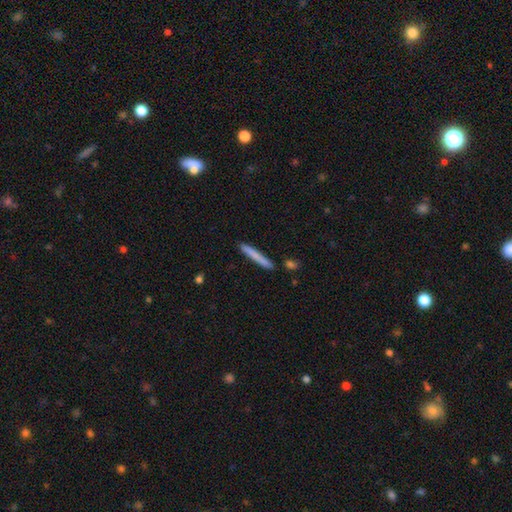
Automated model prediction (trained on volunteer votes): Morphology: type=smooth (73%); roundness=cigar-shaped (96%); merging=none (88%).